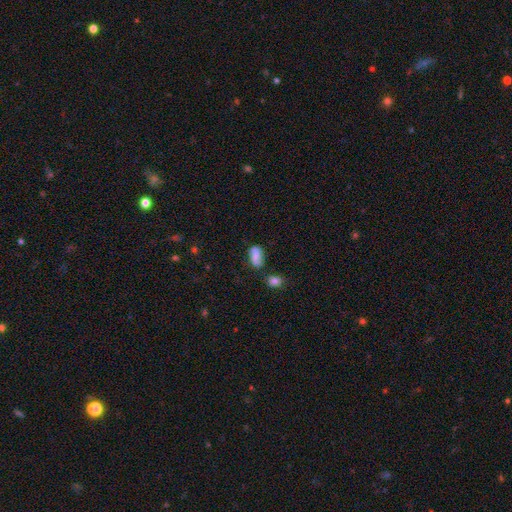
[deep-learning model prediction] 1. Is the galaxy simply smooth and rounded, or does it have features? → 63% smooth, 27% featured or disk, 10% star or artifact.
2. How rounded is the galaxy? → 88% in between, 7% round, 5% cigar-shaped.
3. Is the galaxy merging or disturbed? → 61% none, 23% minor disturbance, 9% merger, 7% major disturbance.